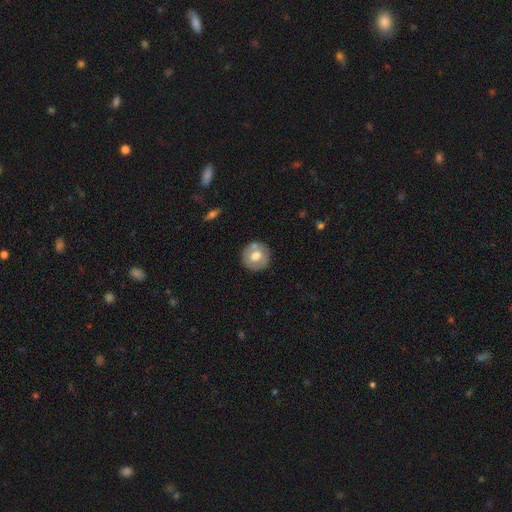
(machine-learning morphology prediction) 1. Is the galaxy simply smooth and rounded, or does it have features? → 58% smooth, 36% featured or disk, 7% star or artifact.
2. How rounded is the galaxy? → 89% round, 10% in between, 1% cigar-shaped.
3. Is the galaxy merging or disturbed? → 79% none, 12% minor disturbance, 6% merger, 3% major disturbance.